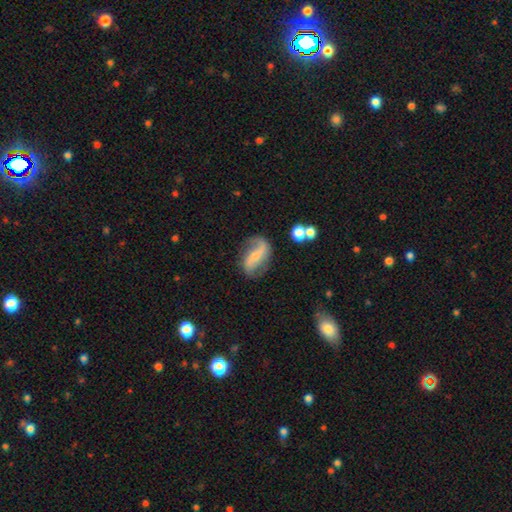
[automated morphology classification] Q: Smooth or featured?
A: featured or disk (75%); runner-up: smooth (18%)
Q: Edge-on disk?
A: no (96%); runner-up: yes (4%)
Q: Bar?
A: strong (35%); runner-up: no (33%)
Q: Spiral arms?
A: yes (91%); runner-up: no (9%)
Q: Spiral winding?
A: loose (66%); runner-up: medium (25%)
Q: Spiral arm count?
A: 2 (85%); runner-up: 1 (8%)
Q: Bulge size?
A: small (65%); runner-up: moderate (22%)
Q: Merging?
A: none (67%); runner-up: minor disturbance (20%)